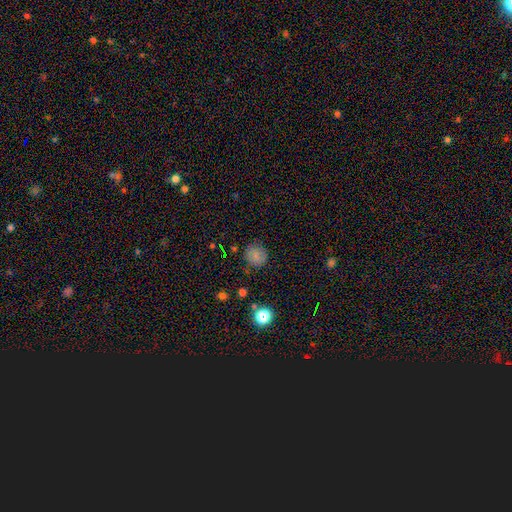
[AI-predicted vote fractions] smooth 75%, star or artifact 14%, featured or disk 11%. Down the decision tree: how rounded — round (84%); merging — none (81%).